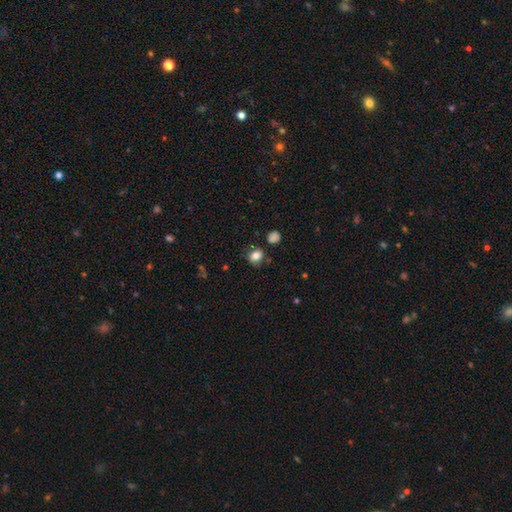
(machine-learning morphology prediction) This appears to be a smooth galaxy with no disk features (79%) that is round (54%). Merging: none (71%).